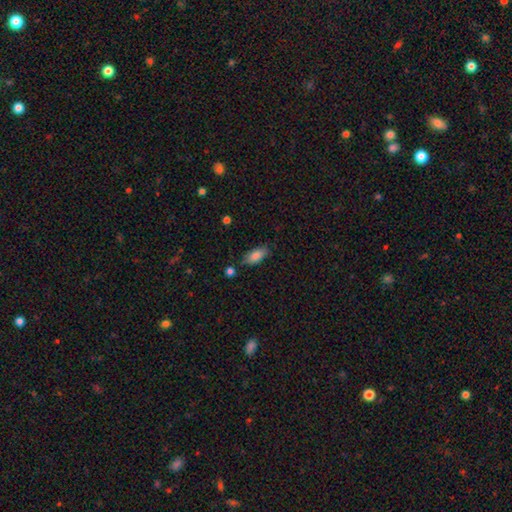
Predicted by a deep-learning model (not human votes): smooth_or_featured: smooth (p=0.83) [alt: featured or disk p=0.10]
how_rounded: in between (p=0.83) [alt: cigar-shaped p=0.15]
merging: none (p=0.78) [alt: minor disturbance p=0.16]